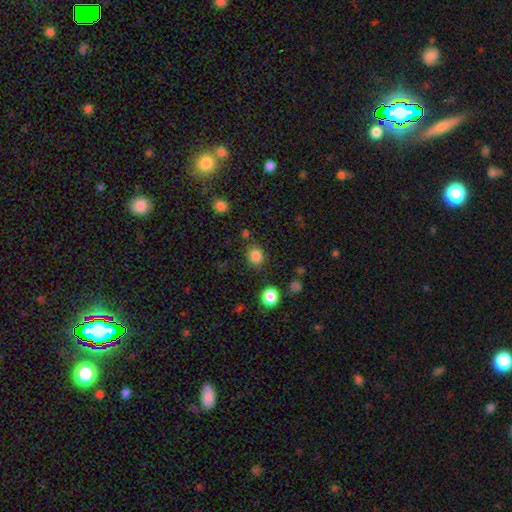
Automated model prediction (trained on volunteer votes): Smooth or featured: smooth — 84% (star or artifact — 12%)
How rounded: round — 72% (in between — 28%)
Merging: none — 82% (minor disturbance — 11%)